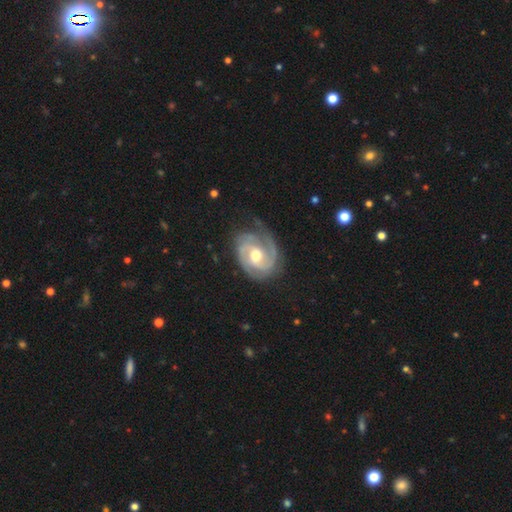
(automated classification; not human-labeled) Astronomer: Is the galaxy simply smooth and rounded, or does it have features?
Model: featured or disk — 90%.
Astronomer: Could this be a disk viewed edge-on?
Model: no — 98%.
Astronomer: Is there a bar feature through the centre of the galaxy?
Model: no — 47% (runner-up: weak, 40%).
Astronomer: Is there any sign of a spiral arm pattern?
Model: yes — 98%.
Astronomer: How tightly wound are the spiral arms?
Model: tight — 59% (runner-up: medium, 35%).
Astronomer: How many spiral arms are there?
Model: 2 — 64%.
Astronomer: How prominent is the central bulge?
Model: moderate — 75%.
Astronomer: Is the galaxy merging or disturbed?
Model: none — 70%.